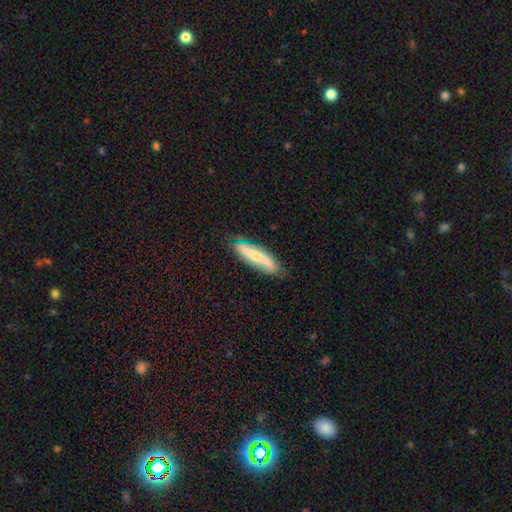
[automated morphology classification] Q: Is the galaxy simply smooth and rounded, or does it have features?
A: featured or disk — 53%.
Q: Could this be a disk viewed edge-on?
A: no — 50%, tied with yes.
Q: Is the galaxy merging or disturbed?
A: none — 76%.